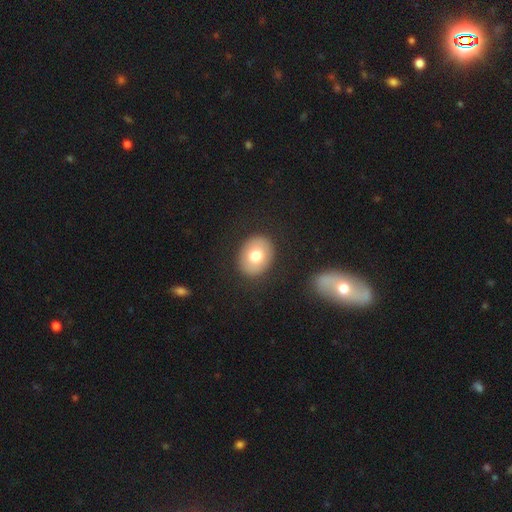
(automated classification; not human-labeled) Morphology: type=smooth (74%); roundness=round (51%); merging=none (89%).